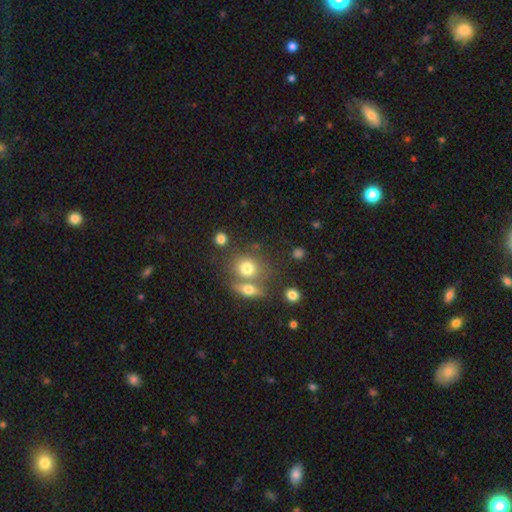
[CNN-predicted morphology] type=smooth (47%); merging=none (54%).